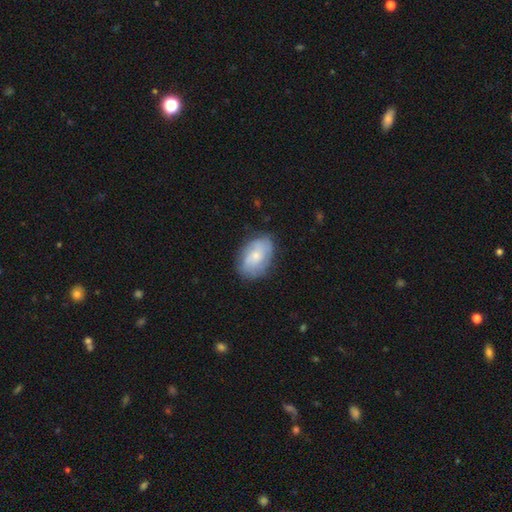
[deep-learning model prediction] The model was most divided on "smooth or featured": smooth: 55%, featured or disk: 38%, star or artifact: 7%. More confident: how rounded — in between (86%); merging — none (74%).